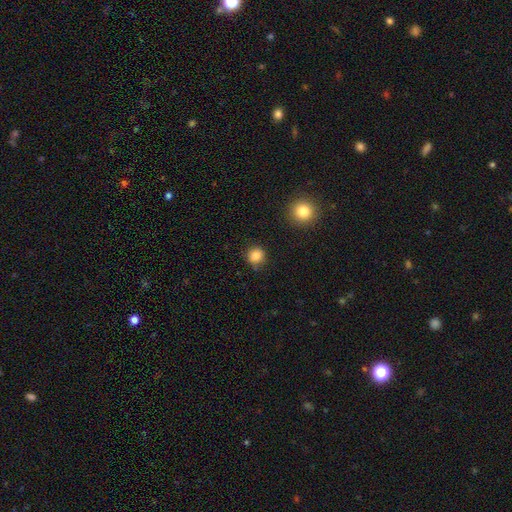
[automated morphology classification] smooth_or_featured: smooth (p=0.84) [alt: star or artifact p=0.11]
how_rounded: round (p=0.89) [alt: in between p=0.10]
merging: none (p=0.86) [alt: minor disturbance p=0.09]